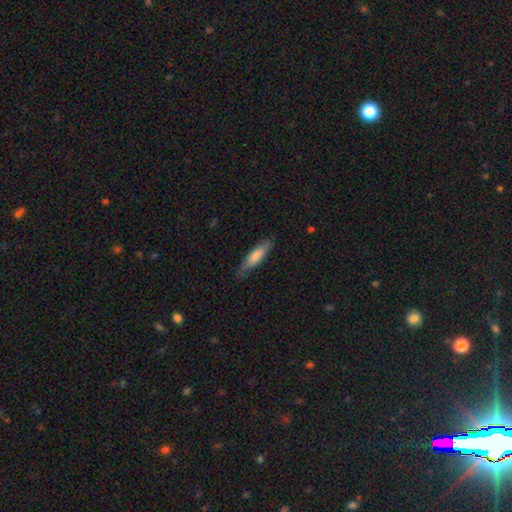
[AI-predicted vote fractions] smooth-or-featured: smooth: 71% | featured or disk: 24% | star or artifact: 5%
  how-rounded: cigar-shaped: 71% | in between: 27% | round: 1%
  merging: none: 75% | minor disturbance: 20% | major disturbance: 4% | merger: 1%